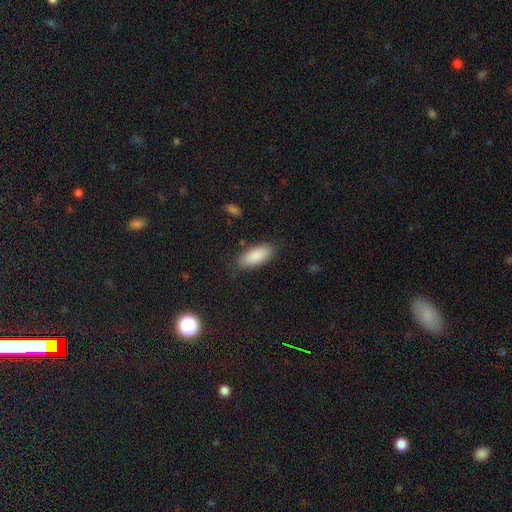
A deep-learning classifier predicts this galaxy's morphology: Q: Smooth or featured?
A: smooth (88%); runner-up: star or artifact (6%)
Q: How rounded?
A: in between (84%); runner-up: cigar-shaped (14%)
Q: Merging?
A: none (83%); runner-up: minor disturbance (12%)